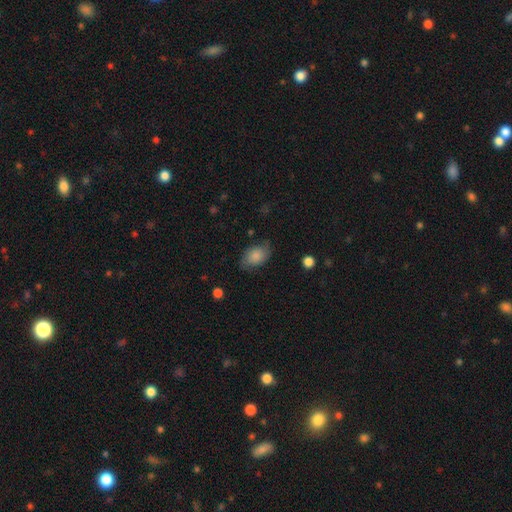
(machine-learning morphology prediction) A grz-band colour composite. It shows a smooth galaxy with no disk features (77%) that is in between round and cigar-shaped (86%). Merging: none (68%).